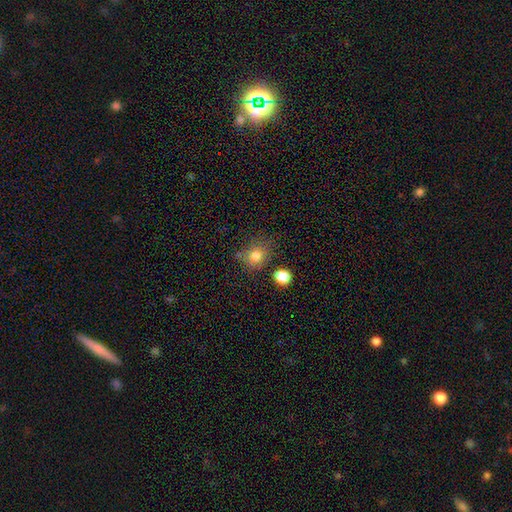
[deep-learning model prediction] Q: Smooth or featured?
A: smooth (80%); runner-up: star or artifact (12%)
Q: How rounded?
A: round (72%); runner-up: in between (27%)
Q: Merging?
A: none (66%); runner-up: minor disturbance (19%)